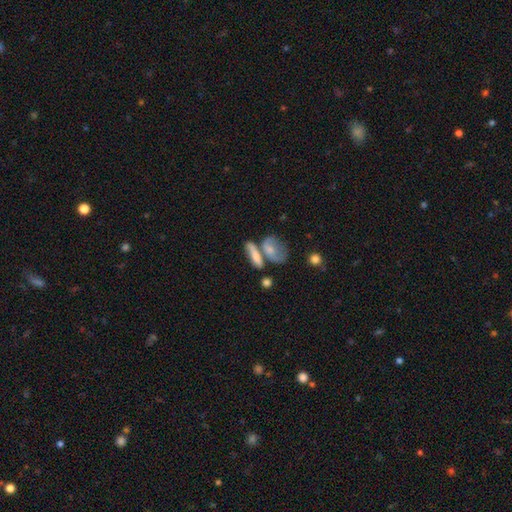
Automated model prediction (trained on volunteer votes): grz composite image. It shows a smooth galaxy with no disk features (68%) that is in between round and cigar-shaped (51%). Merging: none (39%).